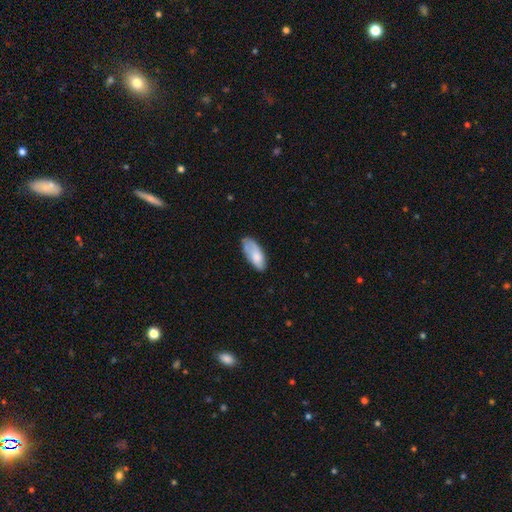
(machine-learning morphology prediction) This is likely a smooth galaxy (75%). How rounded: clearly in between (84%). Merging: possibly none (59%).